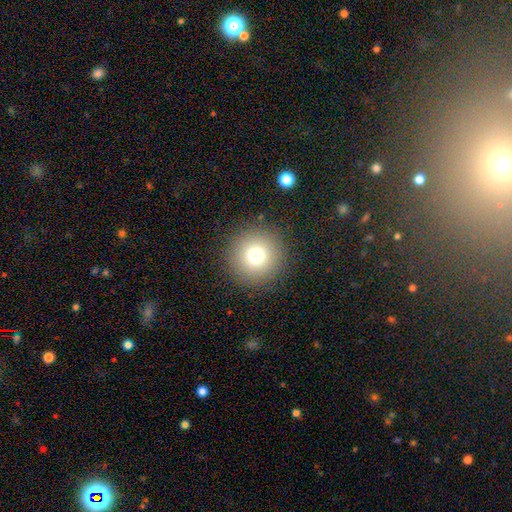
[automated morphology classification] Q: Smooth or featured?
A: smooth (75%); runner-up: star or artifact (15%)
Q: How rounded?
A: round (96%); runner-up: in between (3%)
Q: Merging?
A: none (91%); runner-up: minor disturbance (6%)